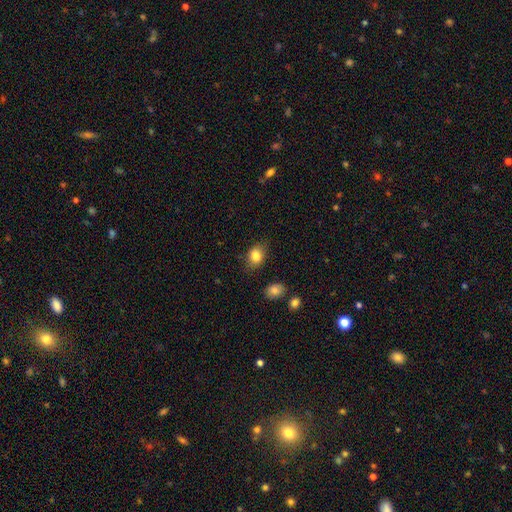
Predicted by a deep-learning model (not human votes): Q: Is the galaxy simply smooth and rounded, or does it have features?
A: smooth — 83%.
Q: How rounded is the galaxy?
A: in between — 67%.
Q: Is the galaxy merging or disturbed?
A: none — 77%.